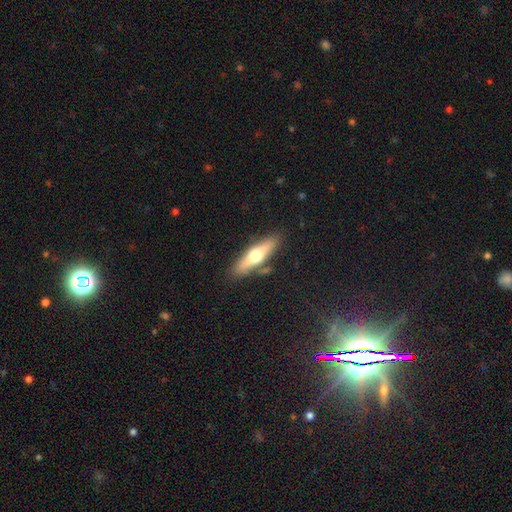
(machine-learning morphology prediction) A featured or disk galaxy (48%).

Vote fractions:
- Smooth or featured? featured or disk: 48% / smooth: 46% / star or artifact: 6%
- Merging? none: 80% / minor disturbance: 12% / merger: 5% / major disturbance: 3%